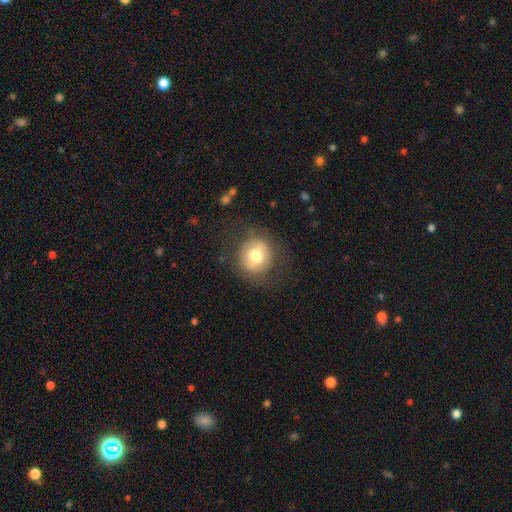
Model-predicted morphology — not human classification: Overall: smooth (68%). How rounded: round (86%). Merging: none (76%).